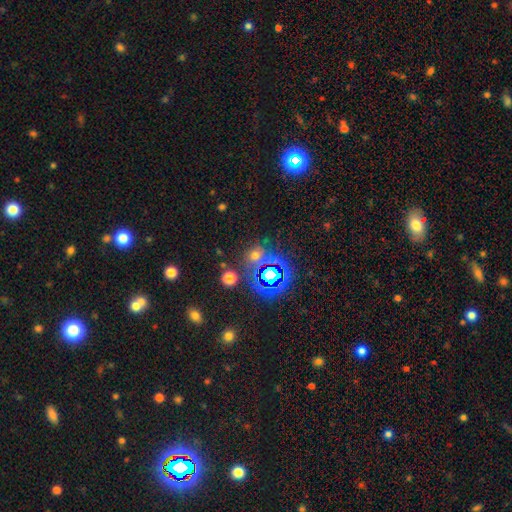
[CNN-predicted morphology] Smooth or featured? star or artifact (48%)